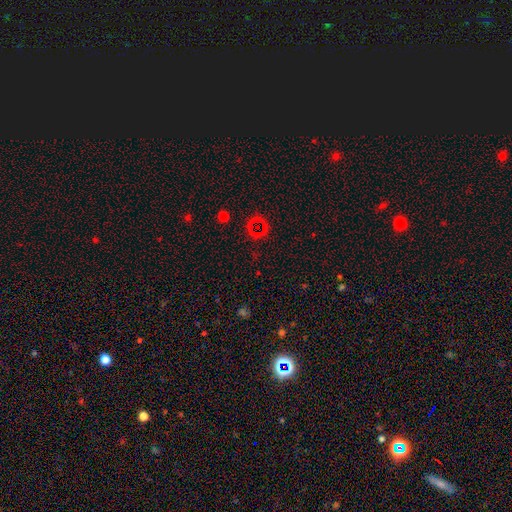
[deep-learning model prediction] Smooth or featured? star or artifact (67%)